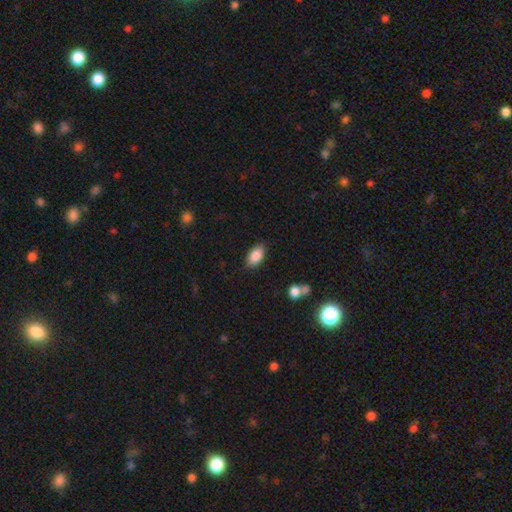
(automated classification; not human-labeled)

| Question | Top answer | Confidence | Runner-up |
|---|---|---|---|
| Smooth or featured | smooth | 88% | star or artifact (7%) |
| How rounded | in between | 93% | round (4%) |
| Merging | none | 85% | minor disturbance (10%) |